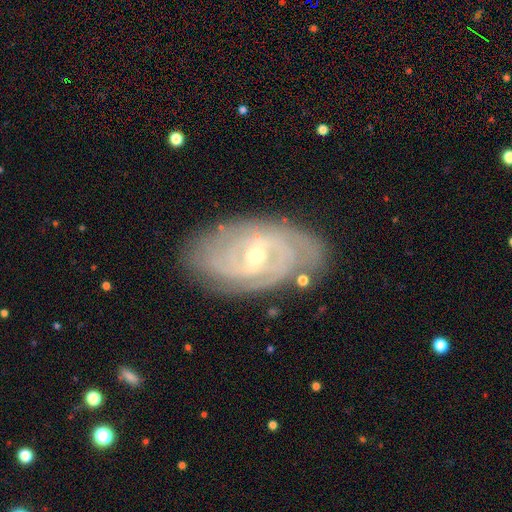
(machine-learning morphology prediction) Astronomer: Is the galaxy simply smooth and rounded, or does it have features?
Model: featured or disk — 87%.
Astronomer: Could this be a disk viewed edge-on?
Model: no — 95%.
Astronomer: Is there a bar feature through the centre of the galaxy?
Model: weak — 51% (runner-up: no, 26%).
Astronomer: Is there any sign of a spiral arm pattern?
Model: yes — 96%.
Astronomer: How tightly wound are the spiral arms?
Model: tight — 66%.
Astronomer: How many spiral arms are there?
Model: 2 — 31% (runner-up: can't tell, 27%).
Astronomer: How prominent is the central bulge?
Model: small — 63%.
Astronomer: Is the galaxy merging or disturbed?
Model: none — 79%.